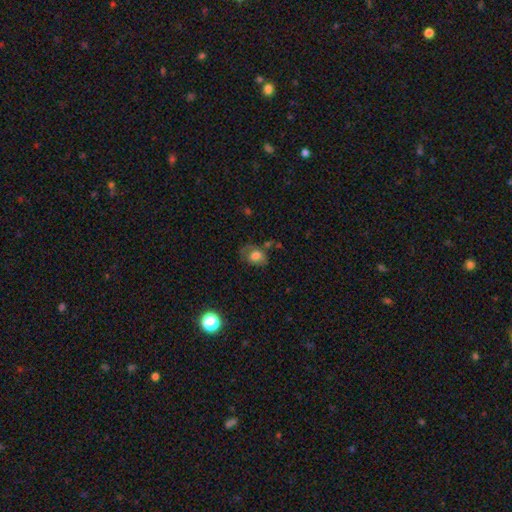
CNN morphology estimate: This is likely a smooth galaxy (67%). How rounded: likely in between (62%). Merging: marginally none (44%).